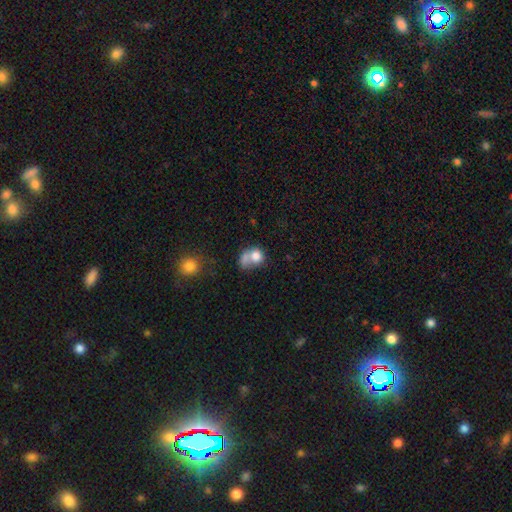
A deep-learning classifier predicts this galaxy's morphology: Smooth or featured?
  - smooth: 74% *
  - featured or disk: 16%
  - star or artifact: 10%
How rounded?
  - round: 60% *
  - in between: 39%
  - cigar-shaped: 1%
Merging?
  - merger: 43% *
  - none: 27%
  - major disturbance: 17%
  - minor disturbance: 13%